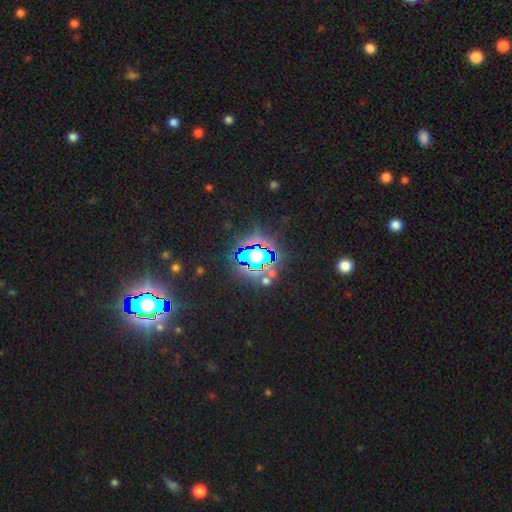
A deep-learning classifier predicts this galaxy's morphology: A star or artifact, not a galaxy (69%).

Vote fractions:
- Smooth or featured? star or artifact: 69% / smooth: 19% / featured or disk: 12%